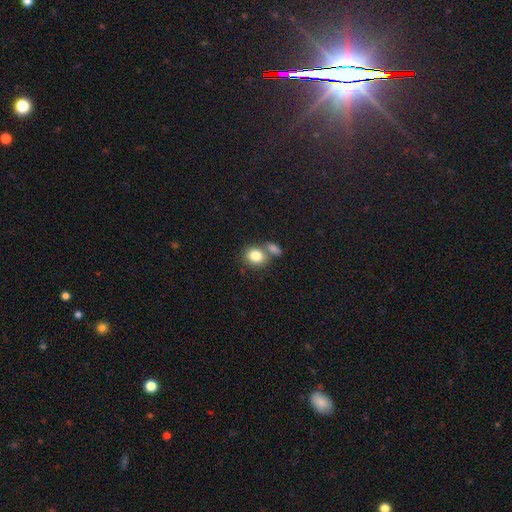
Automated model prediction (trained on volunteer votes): Q: Smooth or featured?
A: smooth (82%); runner-up: star or artifact (9%)
Q: How rounded?
A: round (53%); runner-up: in between (45%)
Q: Merging?
A: none (50%); runner-up: merger (36%)